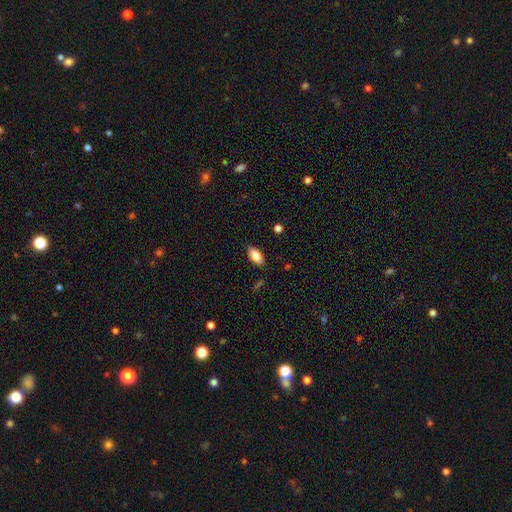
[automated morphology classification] smooth 82%, featured or disk 11%, star or artifact 7%. Down the decision tree: how rounded — in between (89%); merging — none (85%).